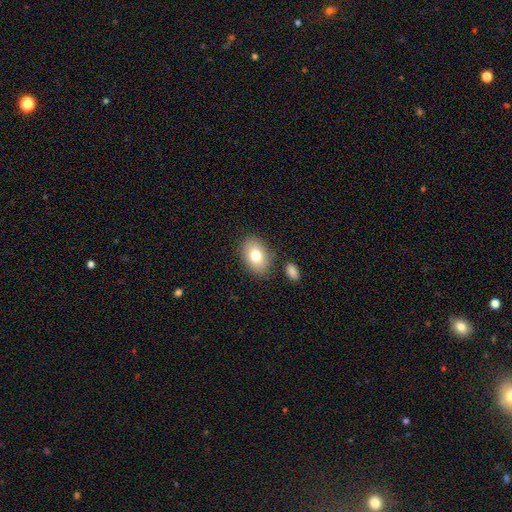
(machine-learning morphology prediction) The model was most divided on "smooth or featured": smooth: 78%, featured or disk: 13%, star or artifact: 8%. More confident: how rounded — in between (84%); merging — none (83%).